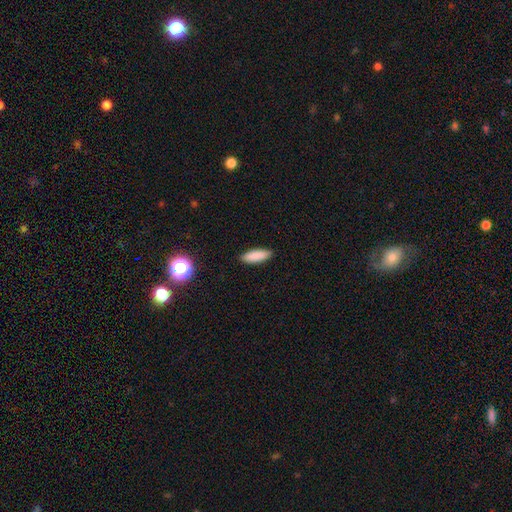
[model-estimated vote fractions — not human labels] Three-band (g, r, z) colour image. It shows a smooth galaxy with no disk features (88%) that is in between round and cigar-shaped (59%). Merging: none (89%).